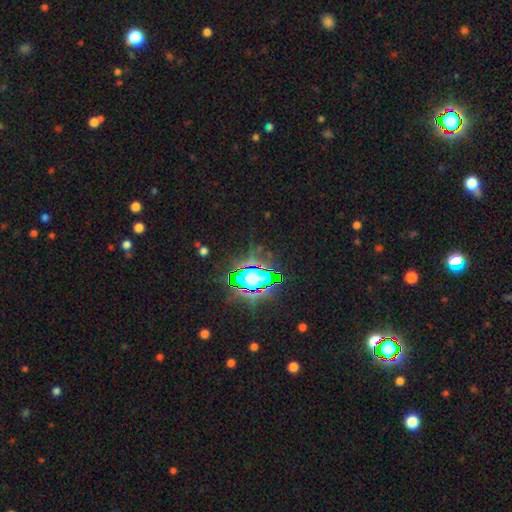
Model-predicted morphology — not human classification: Smooth or featured?
  - star or artifact: 81% *
  - smooth: 11%
  - featured or disk: 8%